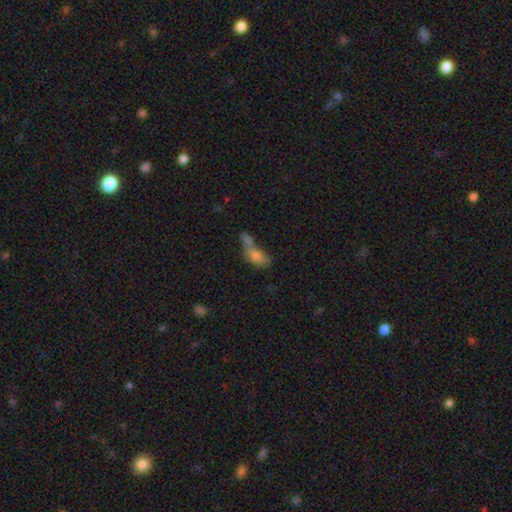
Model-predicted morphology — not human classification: Smooth or featured? smooth (73%)
How rounded? in between (81%)
Merging? merger (63%)